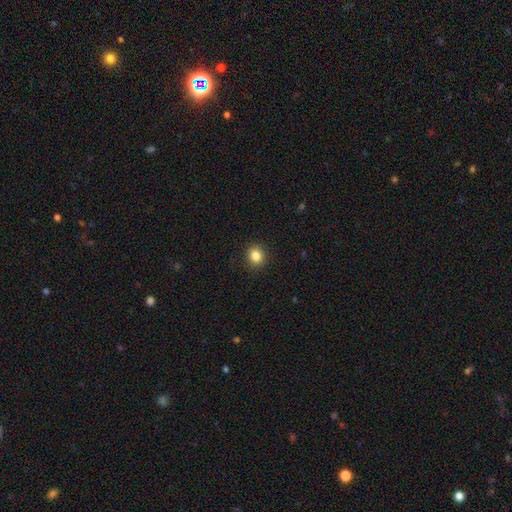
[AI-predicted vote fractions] Smooth or featured?
  - smooth: 85% *
  - star or artifact: 11%
  - featured or disk: 5%
How rounded?
  - round: 84% *
  - in between: 16%
  - cigar-shaped: 1%
Merging?
  - none: 91% *
  - minor disturbance: 6%
  - major disturbance: 2%
  - merger: 1%